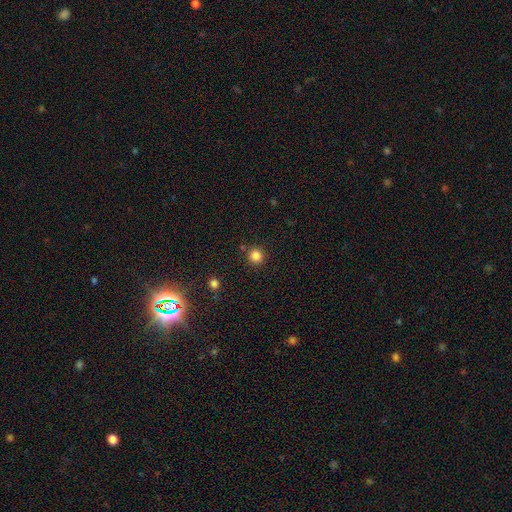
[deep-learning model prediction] Morphology: type=smooth (83%); roundness=round (93%); merging=none (87%).